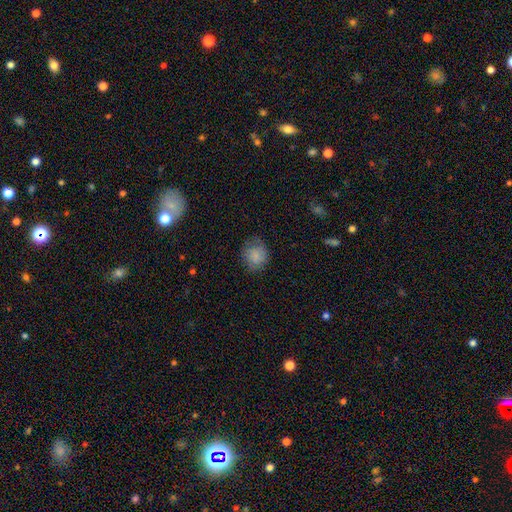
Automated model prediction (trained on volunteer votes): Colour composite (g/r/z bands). It shows a smooth galaxy with no disk features (79%) that is round (75%). Merging: none (67%).